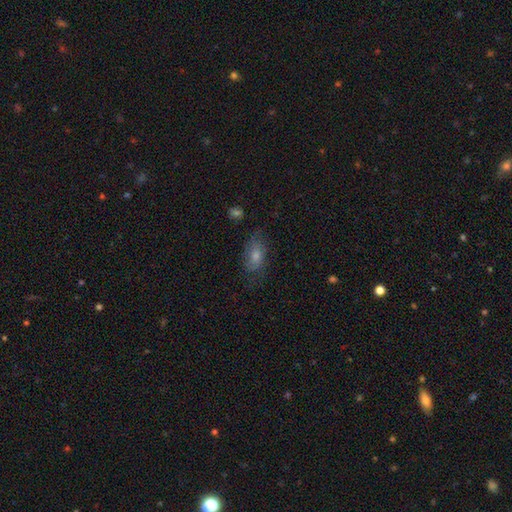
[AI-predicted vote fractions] Overall: smooth (45%; featured or disk 35%). Merging: none (71%).